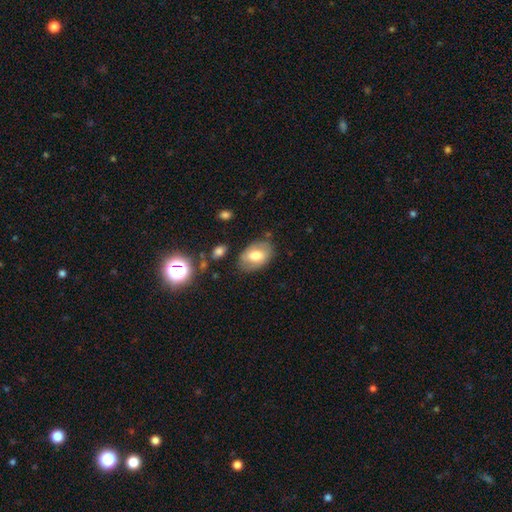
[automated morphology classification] Overall: smooth (66%; featured or disk 26%). How rounded: in between (87%). Merging: none (75%).